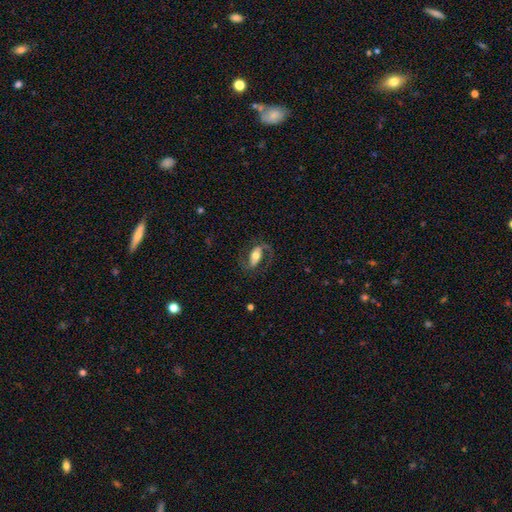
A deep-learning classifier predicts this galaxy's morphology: smooth_or_featured: featured or disk (p=0.64) [alt: smooth p=0.30]
disk_edge_on: no (p=0.89) [alt: yes p=0.11]
bar: strong (p=0.42) [alt: no p=0.32]
has_spiral_arms: yes (p=0.80) [alt: no p=0.20]
bulge_size: moderate (p=0.61) [alt: large p=0.21]
merging: none (p=0.68) [alt: minor disturbance p=0.16]